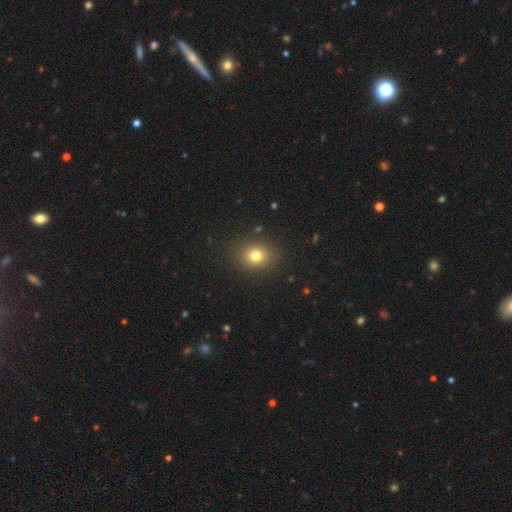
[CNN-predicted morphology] Smooth or featured: smooth — 77% (star or artifact — 14%)
How rounded: round — 65% (in between — 34%)
Merging: none — 87% (minor disturbance — 8%)